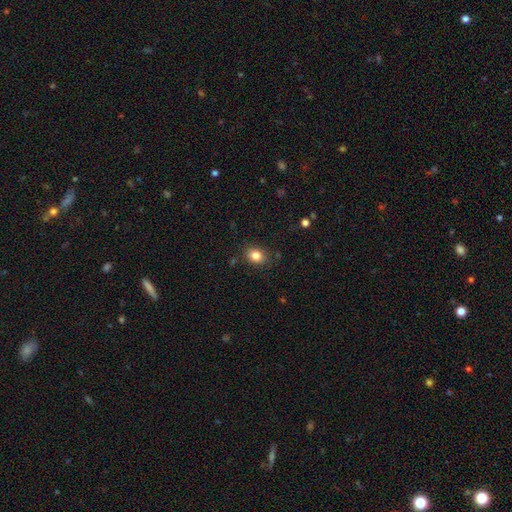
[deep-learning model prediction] smooth_or_featured: smooth (p=0.84) [alt: star or artifact p=0.10]
how_rounded: in between (p=0.53) [alt: round p=0.46]
merging: none (p=0.85) [alt: minor disturbance p=0.10]